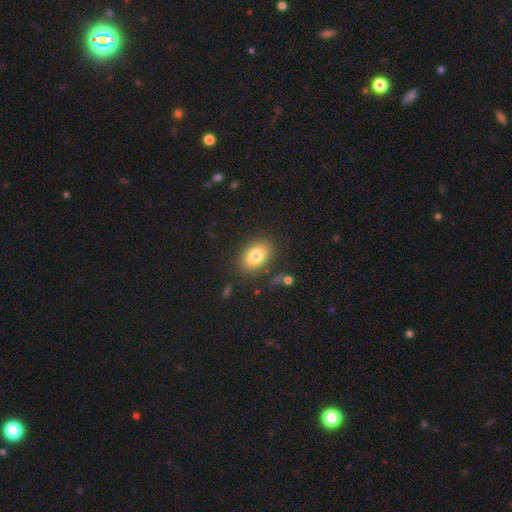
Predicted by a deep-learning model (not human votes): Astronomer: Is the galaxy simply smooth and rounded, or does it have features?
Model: smooth — 78%.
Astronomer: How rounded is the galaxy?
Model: in between — 81%.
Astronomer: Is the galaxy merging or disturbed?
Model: none — 86%.